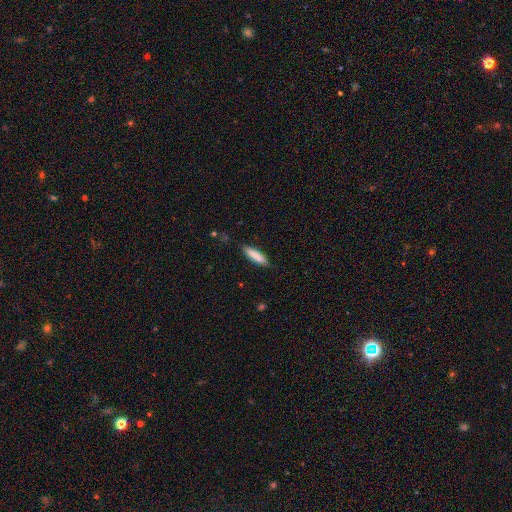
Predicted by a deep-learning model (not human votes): This is clearly a smooth galaxy (83%). How rounded: likely cigar-shaped (79%). Merging: clearly none (86%).